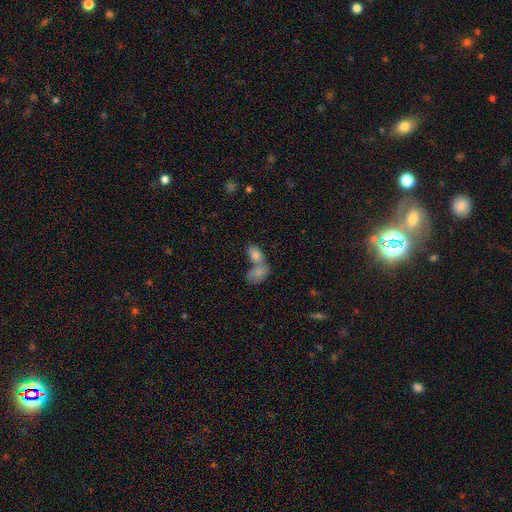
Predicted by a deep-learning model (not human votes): Smooth or featured?
  - smooth: 81% *
  - featured or disk: 11%
  - star or artifact: 8%
How rounded?
  - in between: 89% *
  - round: 9%
  - cigar-shaped: 2%
Merging?
  - merger: 63% *
  - none: 25%
  - minor disturbance: 8%
  - major disturbance: 4%